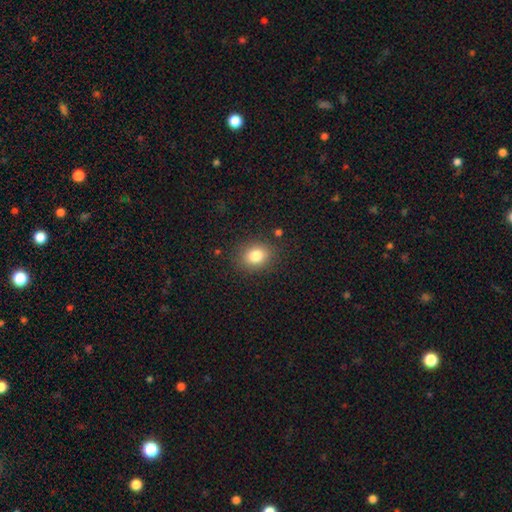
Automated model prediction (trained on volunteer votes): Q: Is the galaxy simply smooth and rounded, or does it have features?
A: smooth — 82%.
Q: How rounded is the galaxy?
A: round — 55%.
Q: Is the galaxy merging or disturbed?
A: none — 85%.